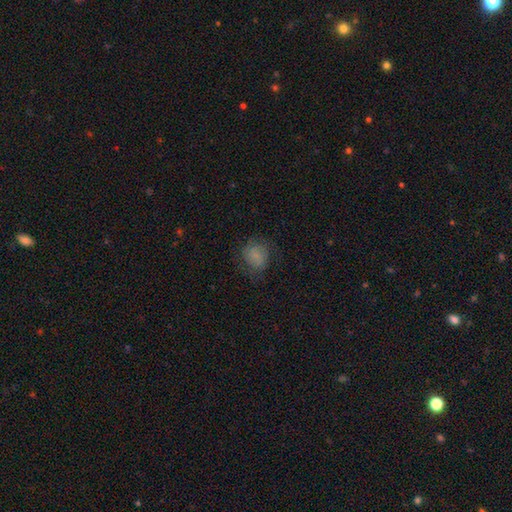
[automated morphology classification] Smooth or featured: smooth — 71% (featured or disk — 17%)
How rounded: round — 62% (in between — 37%)
Merging: none — 68% (minor disturbance — 19%)